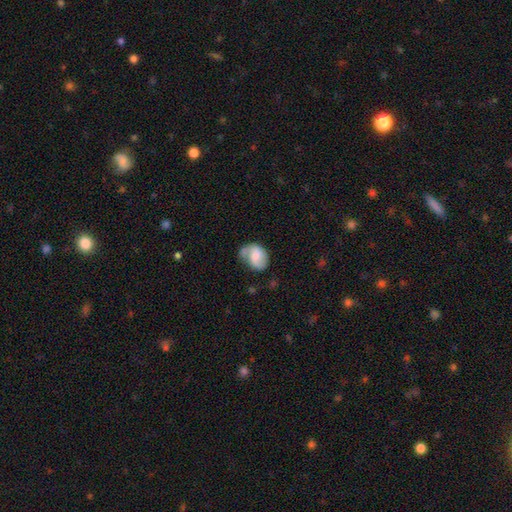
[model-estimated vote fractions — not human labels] This appears to be a smooth galaxy with no disk features (48%). Merging: none (40%).